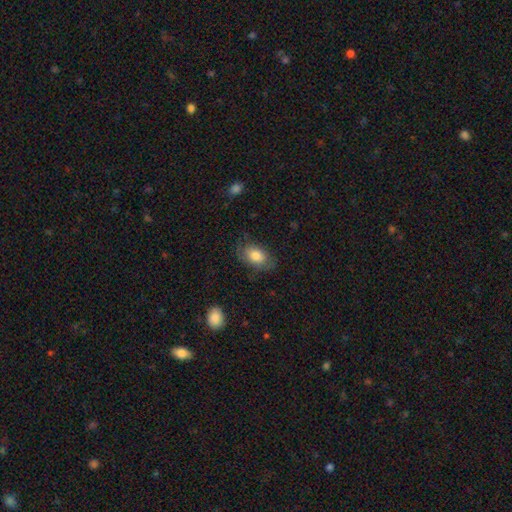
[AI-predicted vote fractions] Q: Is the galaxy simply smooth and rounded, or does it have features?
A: smooth — 75%.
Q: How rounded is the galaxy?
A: in between — 88%.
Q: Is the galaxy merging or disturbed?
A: none — 70%.